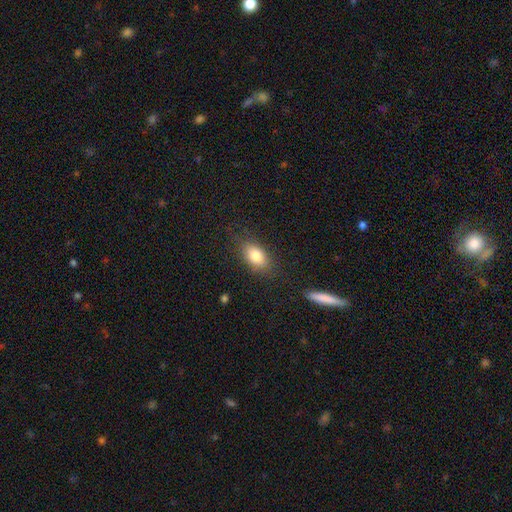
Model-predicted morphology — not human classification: A smooth galaxy with no disk features (82%) that is in between round and cigar-shaped (87%). Merging: none (82%).